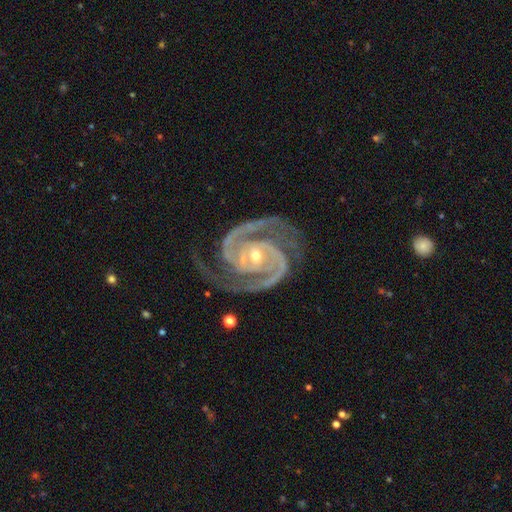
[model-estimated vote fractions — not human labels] A featured or disk galaxy (94%) with no bar (43%), 2 (87%) tight (51%) spiral arms (99%) and a small central bulge (57%).

Vote fractions:
- Smooth or featured? featured or disk: 94% / star or artifact: 4% / smooth: 2%
- Edge-on disk? no: 98% / yes: 2%
- Bar? no: 43% / weak: 35% / strong: 22%
- Spiral arms? yes: 99% / no: 1%
- Spiral winding? tight: 51% / medium: 44% / loose: 5%
- Spiral arm count? 2: 87% / 3: 6% / can't tell: 2% / 4: 2% / 1: 2% / more than 4: 2%
- Bulge size? small: 57% / moderate: 40% / large: 1% / none: 1% / dominant: 1%
- Merging? none: 75% / minor disturbance: 16% / major disturbance: 7% / merger: 2%